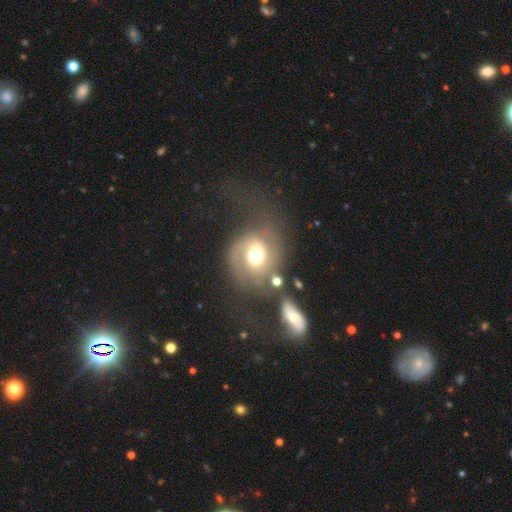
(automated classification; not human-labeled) smooth_or_featured: featured or disk (p=0.57) [alt: smooth p=0.33]
disk_edge_on: no (p=0.96) [alt: yes p=0.04]
bar: no (p=0.67) [alt: weak p=0.25]
has_spiral_arms: yes (p=0.77) [alt: no p=0.23]
bulge_size: moderate (p=0.61) [alt: large p=0.27]
merging: none (p=0.44) [alt: major disturbance p=0.23]